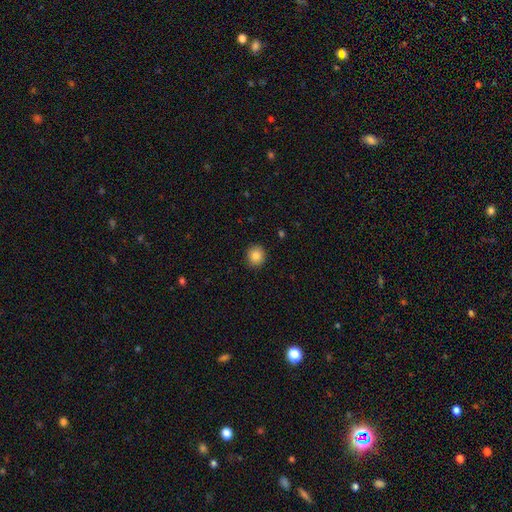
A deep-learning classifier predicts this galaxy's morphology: smooth 85%, star or artifact 10%, featured or disk 5%. Down the decision tree: how rounded — round (91%); merging — none (92%).